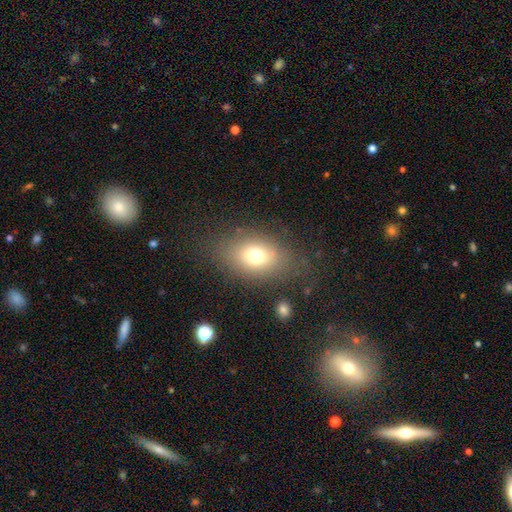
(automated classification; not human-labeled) smooth_or_featured: smooth (p=0.70) [alt: featured or disk p=0.16]
how_rounded: in between (p=0.73) [alt: round p=0.25]
merging: none (p=0.74) [alt: minor disturbance p=0.14]